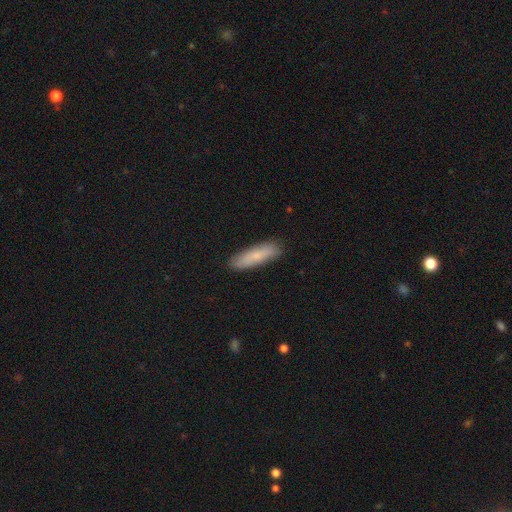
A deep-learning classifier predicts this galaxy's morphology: Smooth or featured?
  - smooth: 74% *
  - featured or disk: 20%
  - star or artifact: 6%
How rounded?
  - cigar-shaped: 67% *
  - in between: 31%
  - round: 2%
Merging?
  - none: 86% *
  - minor disturbance: 11%
  - major disturbance: 2%
  - merger: 1%